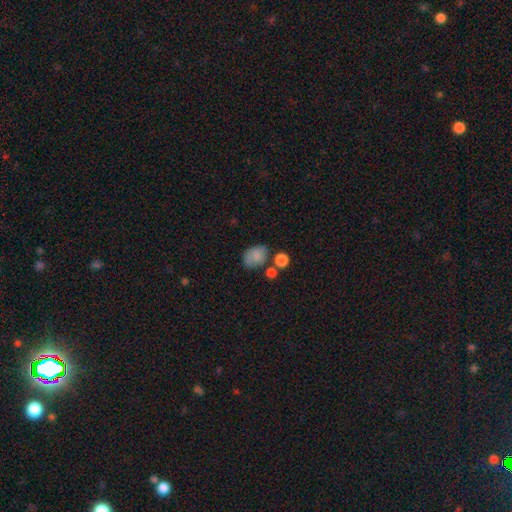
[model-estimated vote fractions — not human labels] The model was most divided on "merging": none: 52%, minor disturbance: 24%, merger: 15%, major disturbance: 9%. More confident: smooth or featured — smooth (77%); how rounded — in between (70%).